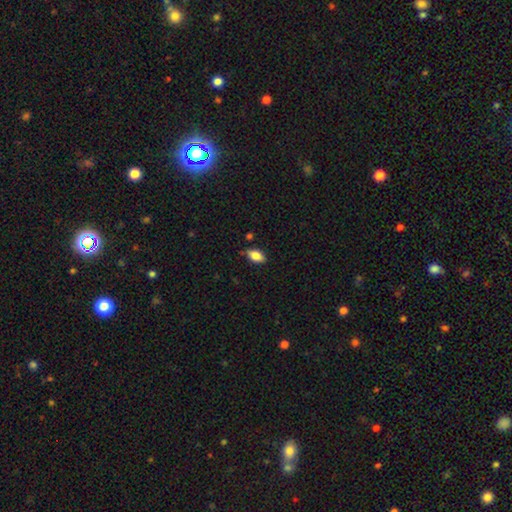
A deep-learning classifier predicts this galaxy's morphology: This appears to be a smooth galaxy with no disk features (82%) that is in between round and cigar-shaped (90%). Merging: none (81%).